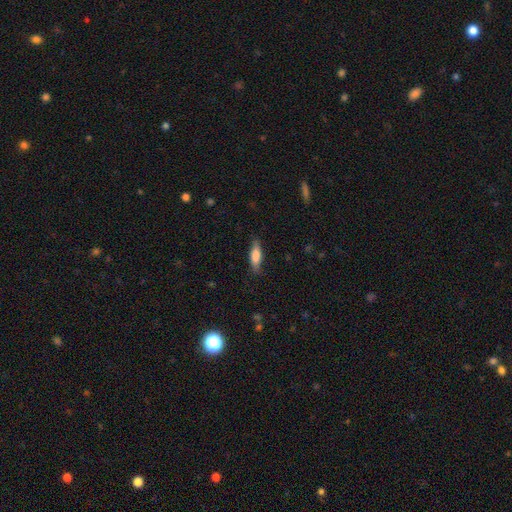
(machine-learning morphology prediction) Q: Smooth or featured?
A: smooth (76%); runner-up: featured or disk (17%)
Q: How rounded?
A: in between (51%); runner-up: cigar-shaped (47%)
Q: Merging?
A: none (78%); runner-up: minor disturbance (17%)